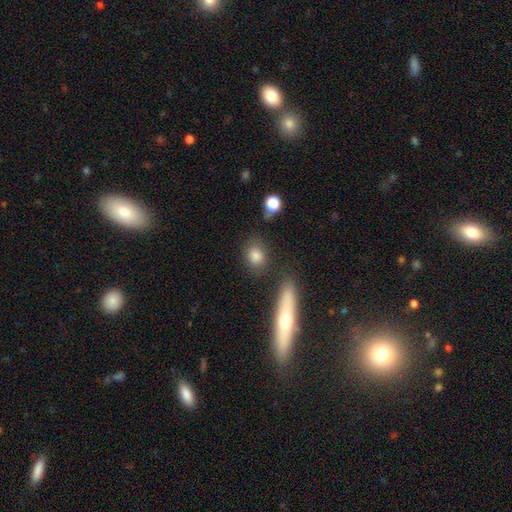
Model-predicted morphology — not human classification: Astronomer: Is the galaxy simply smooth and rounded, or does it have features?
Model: smooth — 82%.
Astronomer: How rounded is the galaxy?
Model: round — 51% (runner-up: in between, 44%).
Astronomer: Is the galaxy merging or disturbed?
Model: none — 77%.